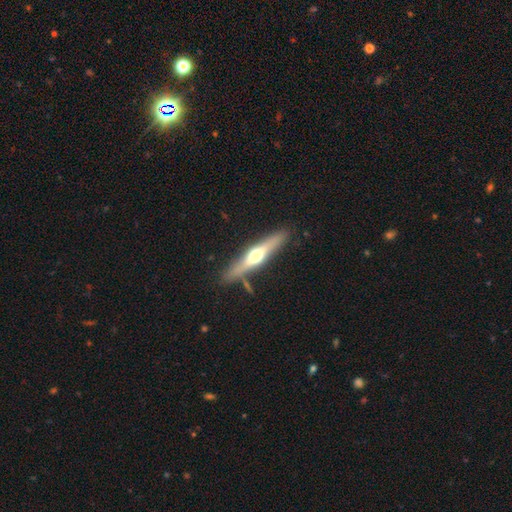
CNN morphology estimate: smooth_or_featured: featured or disk (p=0.63) [alt: smooth p=0.32]
disk_edge_on: yes (p=0.95) [alt: no p=0.05]
edge_on_bulge: rounded (p=0.91) [alt: none p=0.04]
merging: none (p=0.82) [alt: minor disturbance p=0.11]